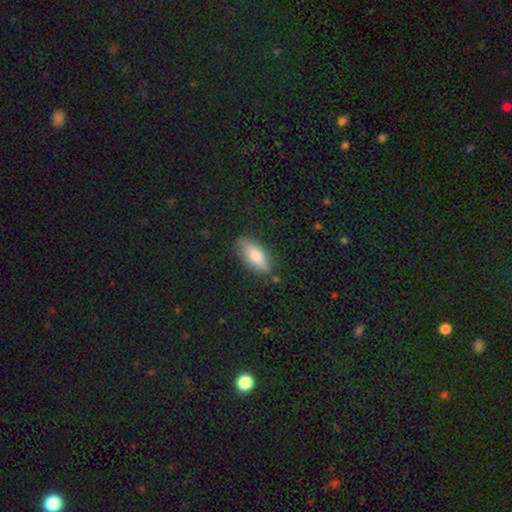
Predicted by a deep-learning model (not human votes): smooth_or_featured: smooth (p=0.63) [alt: featured or disk p=0.31]
how_rounded: in between (p=0.69) [alt: cigar-shaped p=0.28]
merging: none (p=0.80) [alt: minor disturbance p=0.15]